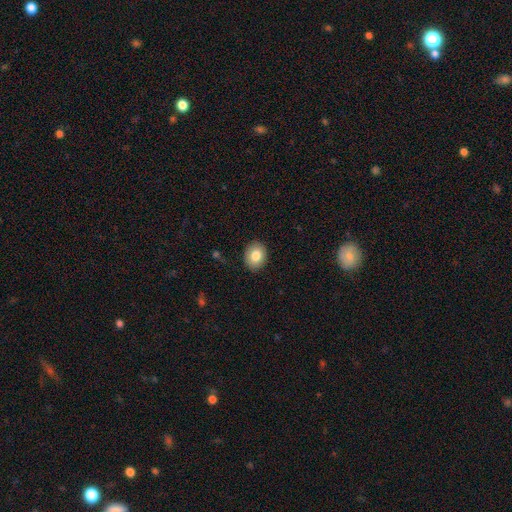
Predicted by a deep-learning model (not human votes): Smooth or featured? Predicted: smooth (p=0.81). How rounded? Predicted: in between (p=0.52). Merging? Predicted: none (p=0.89).